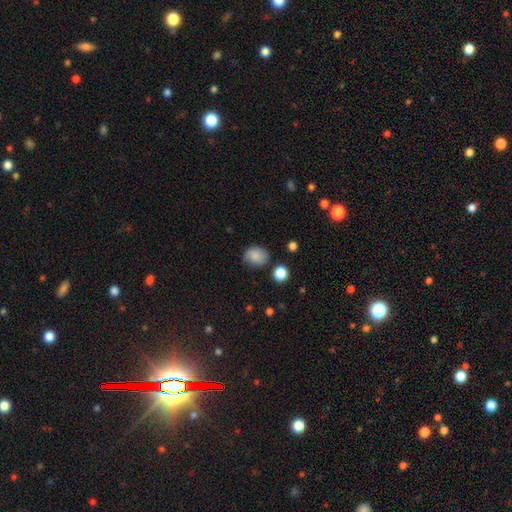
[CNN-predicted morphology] Q: Smooth or featured?
A: smooth (77%); runner-up: featured or disk (13%)
Q: How rounded?
A: in between (50%); runner-up: round (49%)
Q: Merging?
A: none (72%); runner-up: minor disturbance (20%)